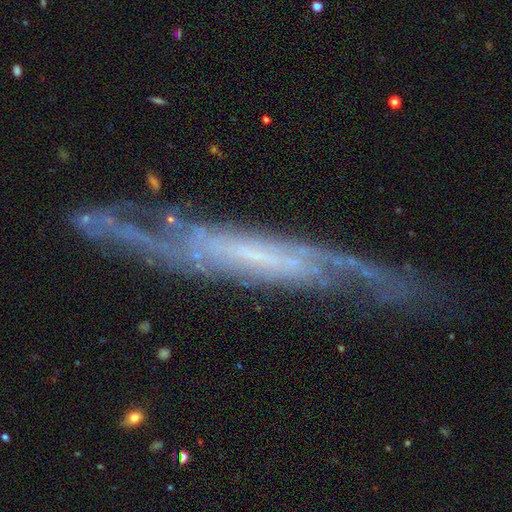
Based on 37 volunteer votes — smooth-or-featured: featured or disk: 89% | smooth: 8% | star or artifact: 3%
  disk-edge-on: no: 58% | yes: 42%
    bar: weak: 47% | strong: 37% | no: 16%
    has-spiral-arms: yes: 89% | no: 11%
      spiral-winding: medium: 71% | loose: 18% | tight: 12%
      spiral-arm-count: 2: 100% | 1: 0% | 3: 0% | 4: 0% | more than 4: 0% | can't tell: 0%
    bulge-size: small: 63% | none: 21% | moderate: 11% | large: 5% | dominant: 0%
  merging: none: 78% | minor disturbance: 8% | major disturbance: 8% | merger: 6%